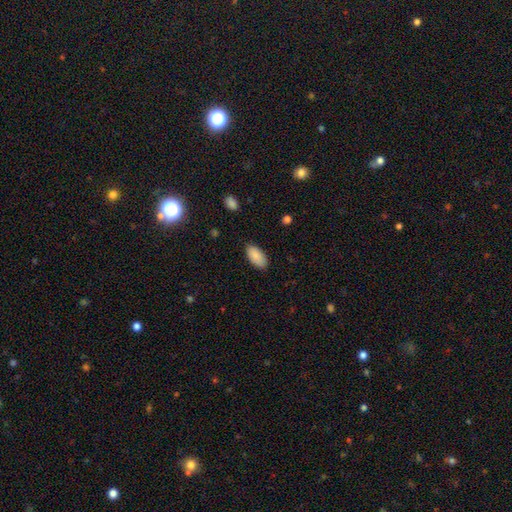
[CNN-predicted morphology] smooth-or-featured: smooth: 88% | star or artifact: 7% | featured or disk: 5%
  how-rounded: in between: 94% | cigar-shaped: 4% | round: 2%
  merging: none: 85% | minor disturbance: 12% | major disturbance: 2% | merger: 1%